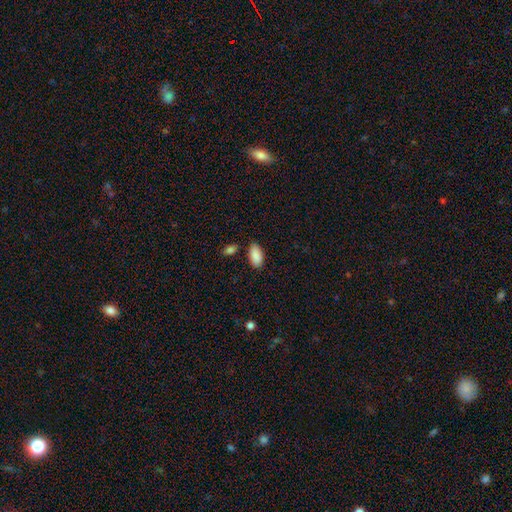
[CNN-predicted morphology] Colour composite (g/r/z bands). It shows a smooth galaxy with no disk features (90%) that is in between round and cigar-shaped (94%). Merging: none (80%).